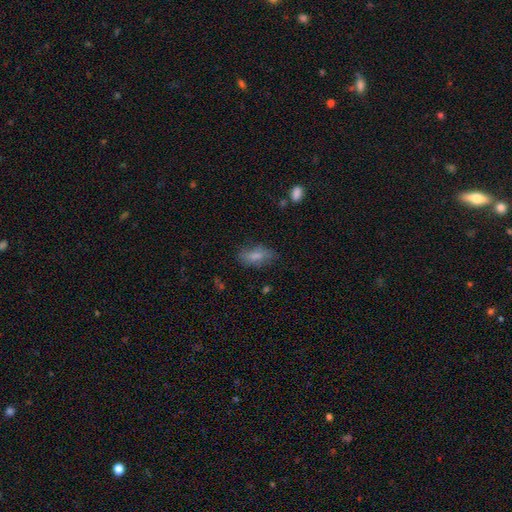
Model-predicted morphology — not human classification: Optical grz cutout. It shows a smooth galaxy with no disk features (74%) that is in between round and cigar-shaped (82%). Merging: none (66%).